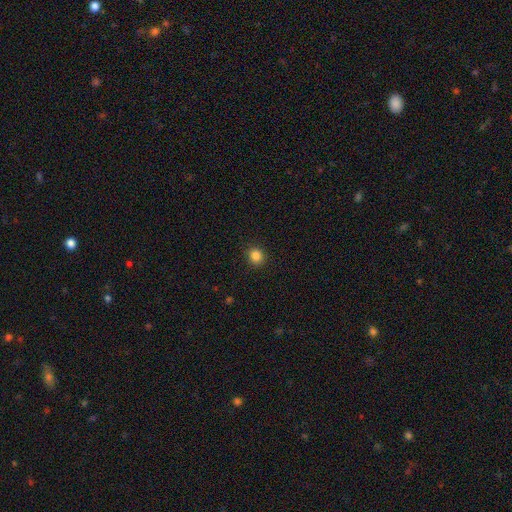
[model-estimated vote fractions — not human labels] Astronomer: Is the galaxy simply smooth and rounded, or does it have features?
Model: smooth — 85%.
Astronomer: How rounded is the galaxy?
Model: round — 87%.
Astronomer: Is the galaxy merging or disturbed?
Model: none — 91%.